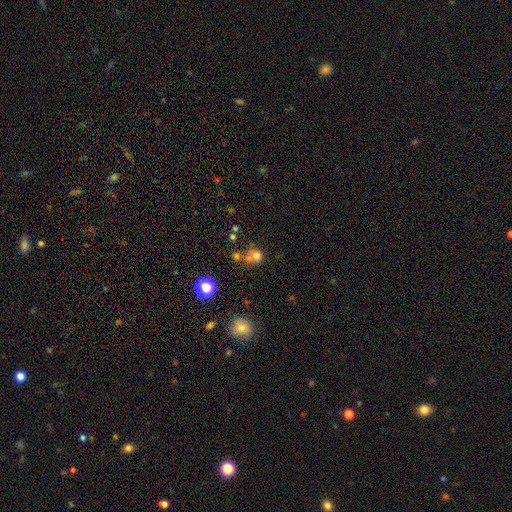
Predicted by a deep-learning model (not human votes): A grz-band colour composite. It shows a smooth galaxy with no disk features (67%) that is round (72%). Merging: merger (45%).